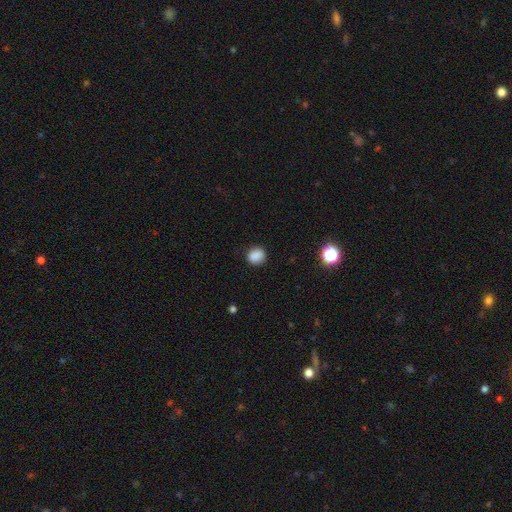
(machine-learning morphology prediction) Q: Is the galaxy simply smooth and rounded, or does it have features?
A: smooth — 85%.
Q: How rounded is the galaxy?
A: round — 74%.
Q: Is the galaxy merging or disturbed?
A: none — 86%.